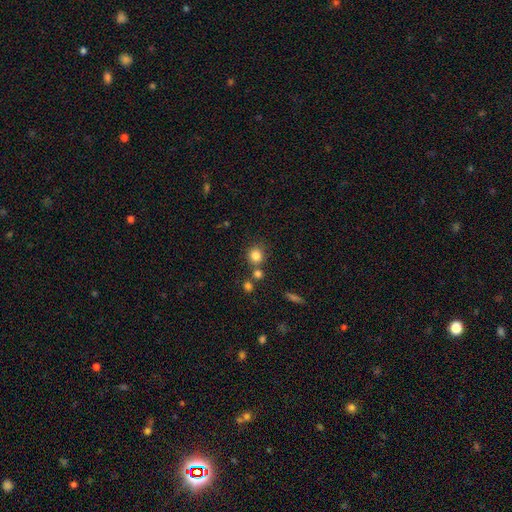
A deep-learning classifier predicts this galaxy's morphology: Q: Smooth or featured?
A: smooth (82%); runner-up: star or artifact (12%)
Q: How rounded?
A: round (86%); runner-up: in between (13%)
Q: Merging?
A: none (70%); runner-up: merger (16%)